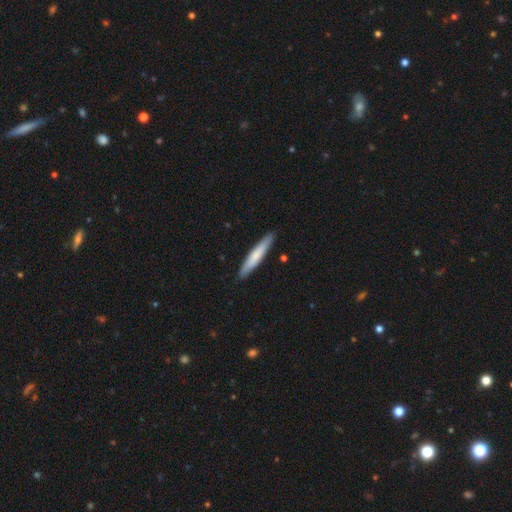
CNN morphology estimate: A smooth galaxy with no disk features (71%) that is cigar-shaped (92%). Merging: none (90%).